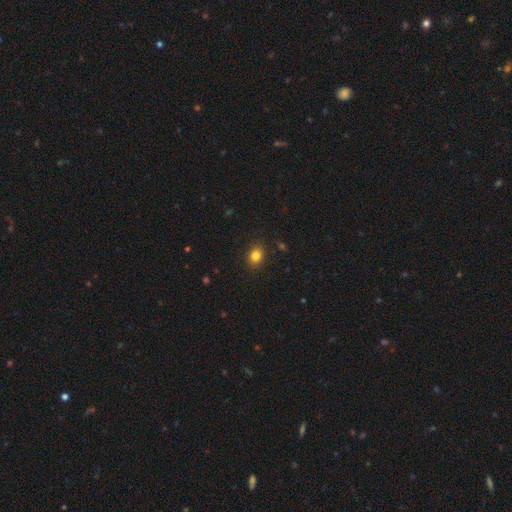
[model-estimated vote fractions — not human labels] Smooth or featured? Predicted: smooth (p=0.83). How rounded? Predicted: in between (p=0.54). Merging? Predicted: none (p=0.89).